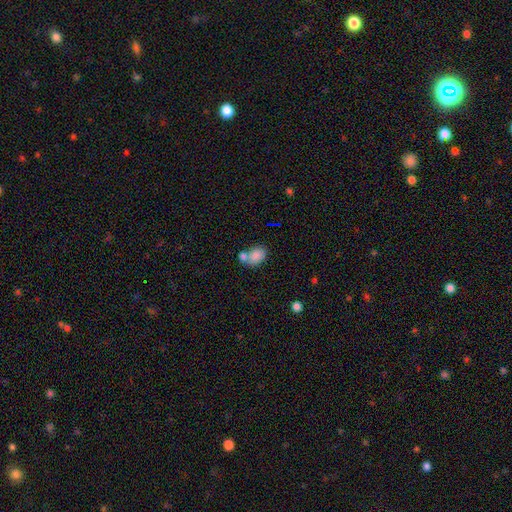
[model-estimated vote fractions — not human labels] smooth-or-featured: smooth: 83% | star or artifact: 9% | featured or disk: 8%
  how-rounded: in between: 81% | round: 17% | cigar-shaped: 1%
  merging: none: 45% | merger: 37% | minor disturbance: 13% | major disturbance: 5%